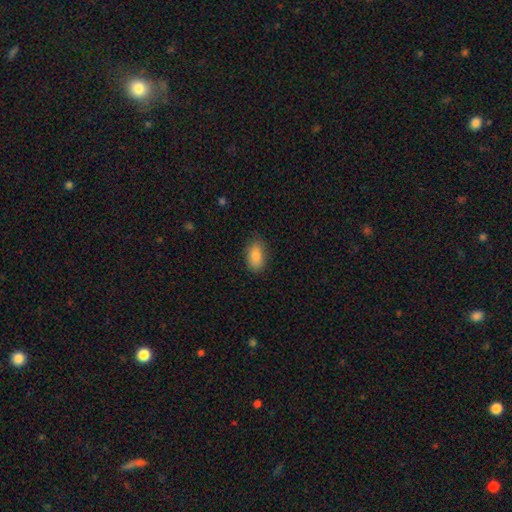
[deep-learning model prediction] A smooth galaxy with no disk features (86%) that is in between round and cigar-shaped (91%). Merging: none (83%).